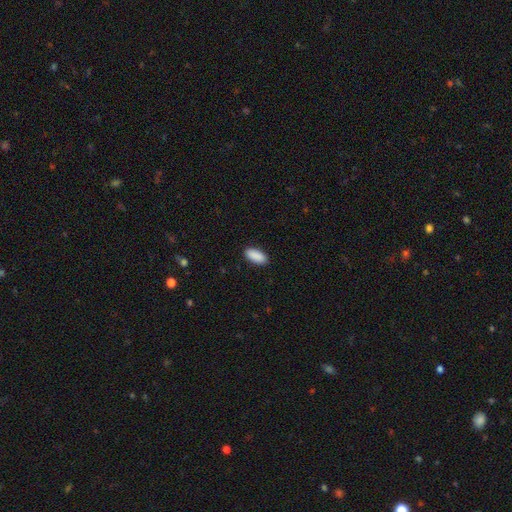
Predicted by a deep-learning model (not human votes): This is clearly a smooth galaxy (91%). How rounded: clearly in between (90%). Merging: clearly none (90%).